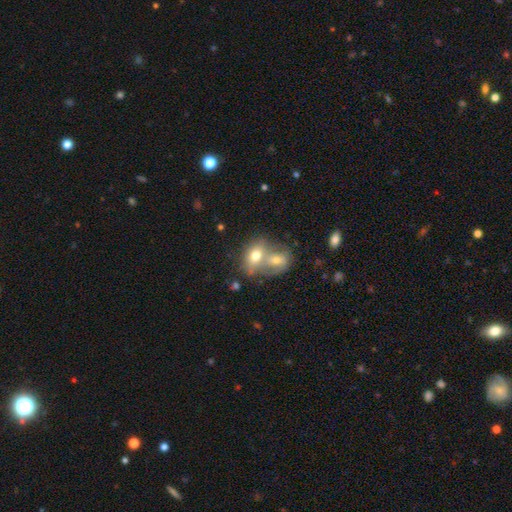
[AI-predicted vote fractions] This is likely a smooth galaxy (67%). How rounded: likely in between (68%). Merging: likely merger (69%).